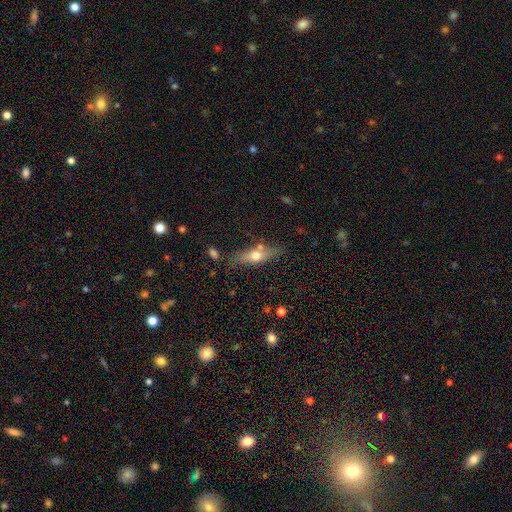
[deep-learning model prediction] smooth_or_featured: smooth (p=0.56) [alt: featured or disk p=0.37]
how_rounded: cigar-shaped (p=0.50) [alt: in between p=0.46]
merging: none (p=0.71) [alt: minor disturbance p=0.16]